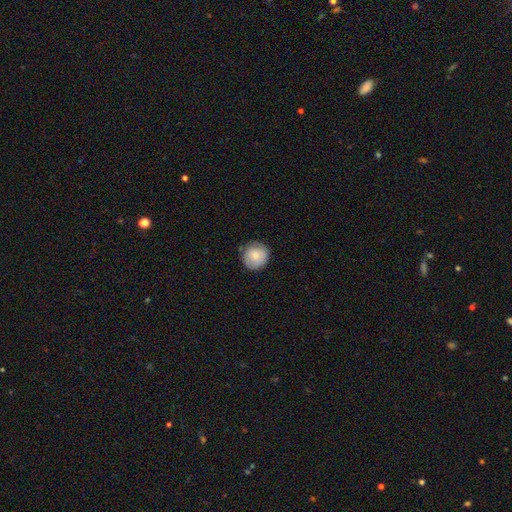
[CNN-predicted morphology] This appears to be a smooth galaxy with no disk features (72%) that is round (91%). Merging: none (78%).